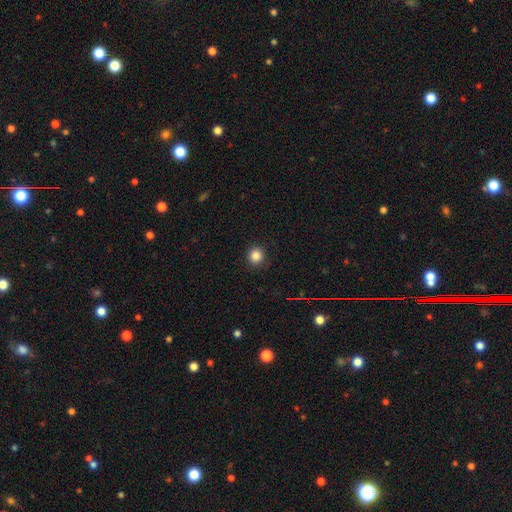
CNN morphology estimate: Smooth or featured: smooth — 85% (star or artifact — 11%)
How rounded: round — 92% (in between — 7%)
Merging: none — 91% (minor disturbance — 6%)